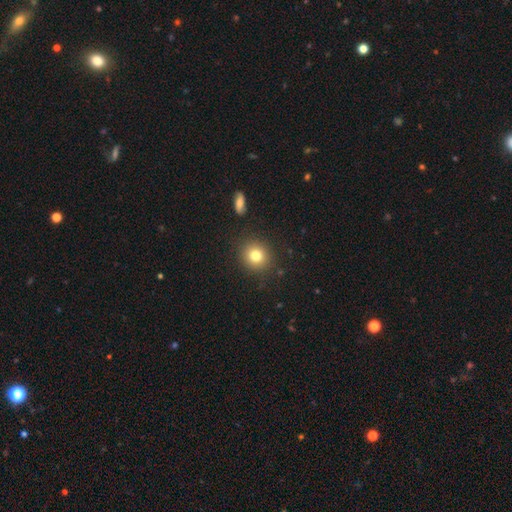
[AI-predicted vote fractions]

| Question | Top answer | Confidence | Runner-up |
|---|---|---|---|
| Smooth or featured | smooth | 79% | star or artifact (12%) |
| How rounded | round | 84% | in between (15%) |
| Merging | none | 88% | minor disturbance (8%) |